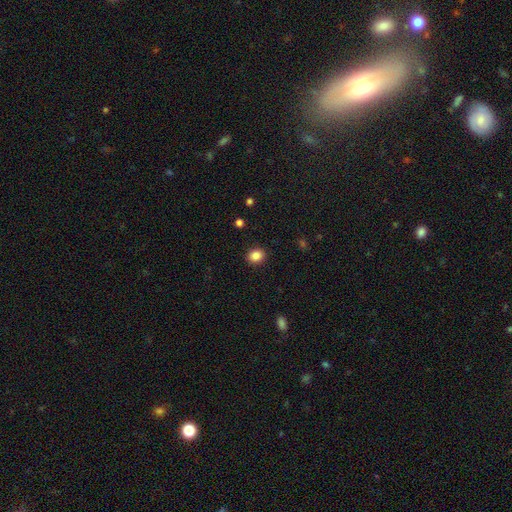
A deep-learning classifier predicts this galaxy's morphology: Smooth or featured: smooth — 86% (star or artifact — 10%)
How rounded: round — 63% (in between — 36%)
Merging: none — 91% (minor disturbance — 6%)